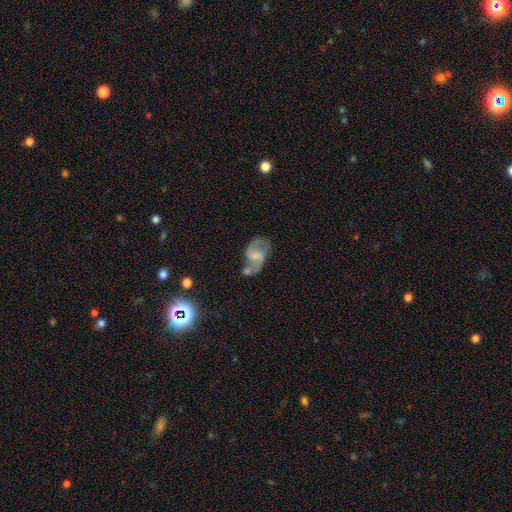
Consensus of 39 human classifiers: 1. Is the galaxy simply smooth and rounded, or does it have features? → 74% featured or disk, 18% smooth, 8% star or artifact.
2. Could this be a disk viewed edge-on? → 100% no, 0% yes.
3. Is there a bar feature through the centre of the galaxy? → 48% weak, 41% no, 10% strong.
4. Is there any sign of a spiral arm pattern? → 97% yes, 3% no.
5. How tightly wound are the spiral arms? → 50% medium (tied), 50% loose (tied), 0% tight.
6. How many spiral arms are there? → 93% 2, 4% 1, 4% can't tell, 0% 3, 0% 4, 0% more than 4.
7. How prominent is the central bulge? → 48% small, 28% moderate, 17% none, 7% large, 0% dominant.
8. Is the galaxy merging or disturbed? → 31% none (tied), 31% merger (tied), 25% minor disturbance, 14% major disturbance.